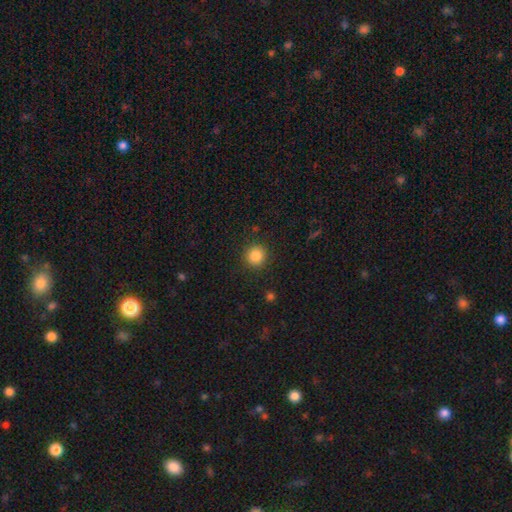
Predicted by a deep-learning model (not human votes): smooth 86%, star or artifact 10%, featured or disk 3%. Down the decision tree: how rounded — round (93%); merging — none (90%).